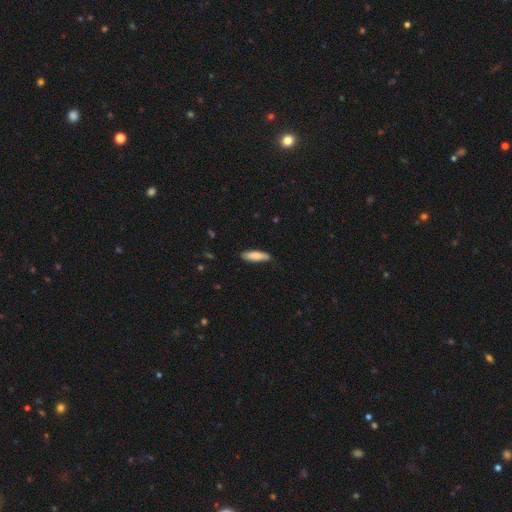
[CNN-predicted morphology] A smooth galaxy with no disk features (84%) that is cigar-shaped (60%). Merging: none (84%).